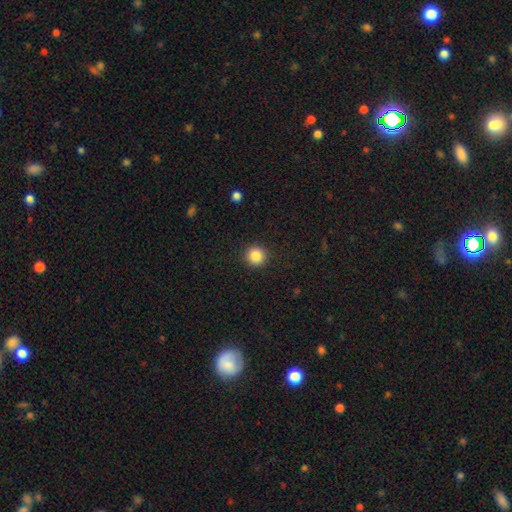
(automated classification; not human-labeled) Smooth or featured: smooth — 86% (star or artifact — 10%)
How rounded: round — 94% (in between — 5%)
Merging: none — 92% (minor disturbance — 5%)